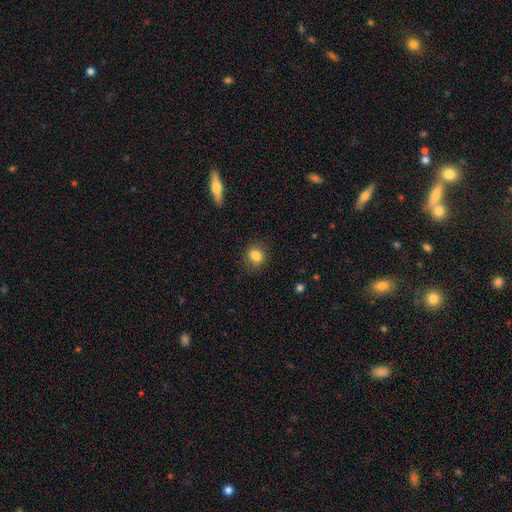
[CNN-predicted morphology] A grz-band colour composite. It shows a smooth galaxy with no disk features (83%) that is round (69%). Merging: none (82%).